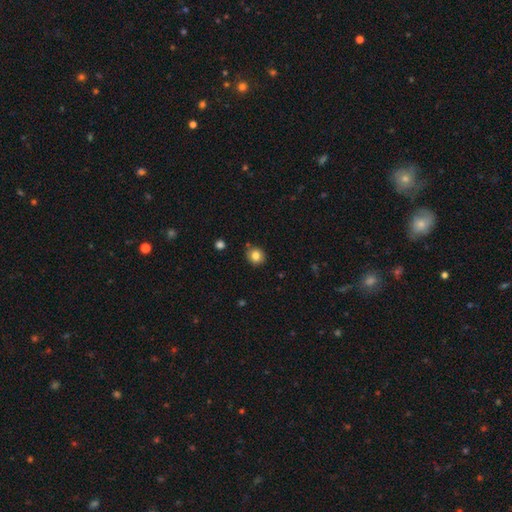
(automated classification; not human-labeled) smooth-or-featured: smooth: 82% | star or artifact: 10% | featured or disk: 7%
  how-rounded: round: 83% | in between: 16% | cigar-shaped: 1%
  merging: none: 84% | minor disturbance: 11% | merger: 3% | major disturbance: 2%